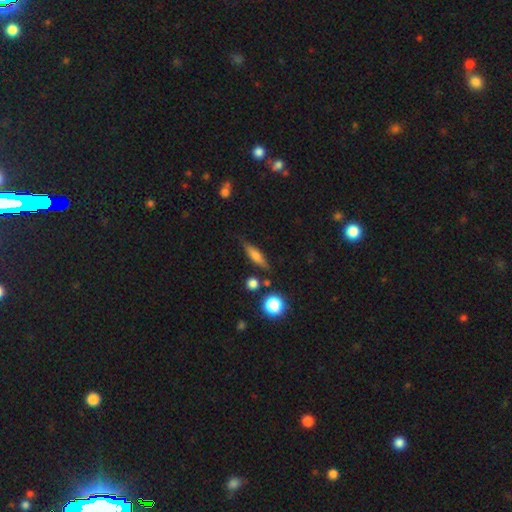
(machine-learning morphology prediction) Smooth or featured? smooth (63%)
How rounded? cigar-shaped (64%)
Merging? none (78%)